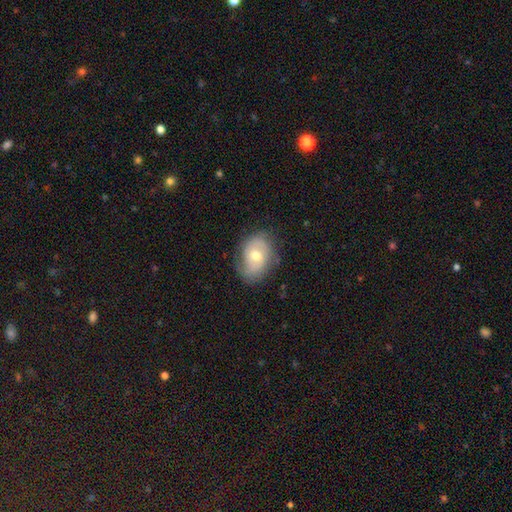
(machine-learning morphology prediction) This is possibly a featured or disk galaxy (51%). It is clearly not viewed edge-on (95%). Merging: likely none (68%).